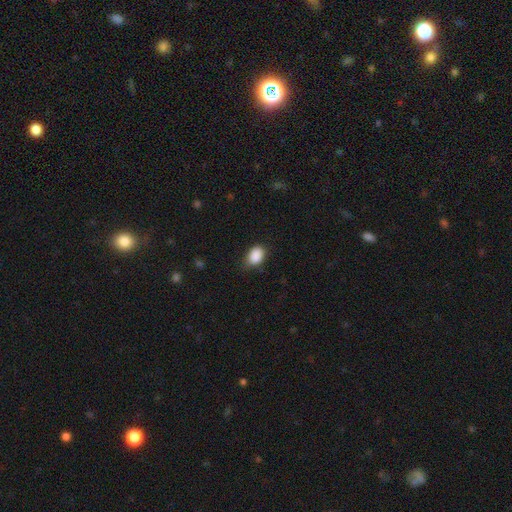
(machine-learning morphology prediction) This appears to be a smooth galaxy with no disk features (89%) that is in between round and cigar-shaped (78%). Merging: none (73%).